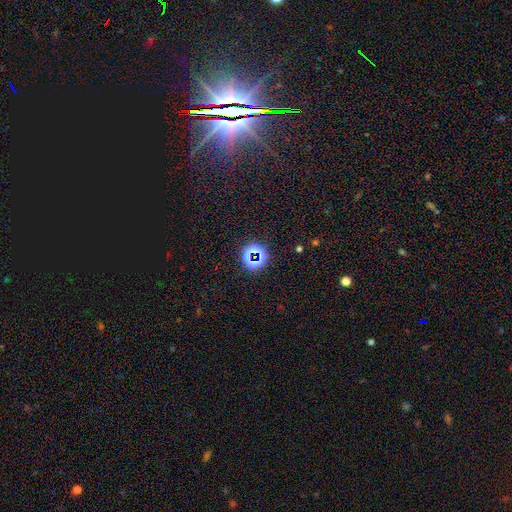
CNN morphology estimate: This is likely a star or artifact rather than a galaxy (67%).